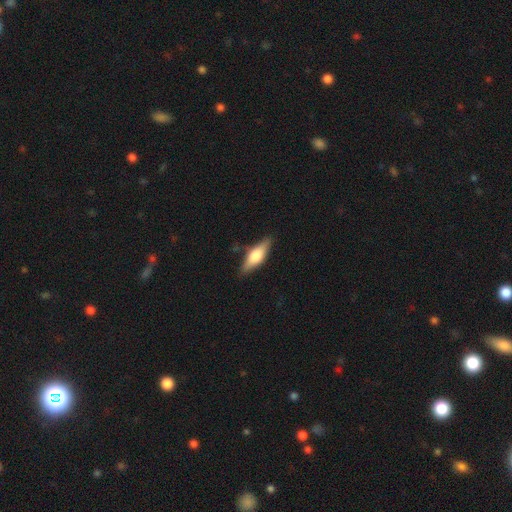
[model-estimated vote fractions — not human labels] smooth 50%, featured or disk 44%, star or artifact 6%. Down the decision tree: how rounded — in between (57%); merging — none (82%).